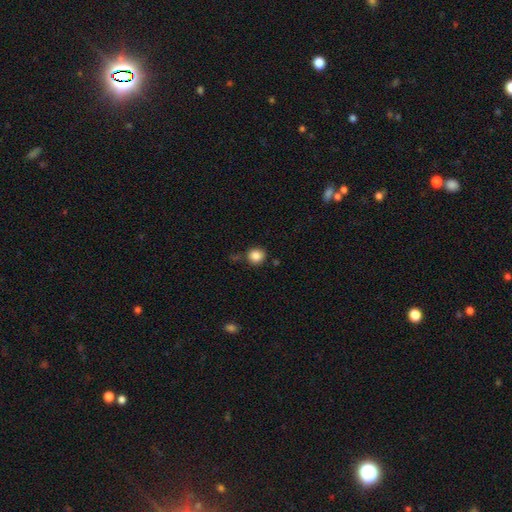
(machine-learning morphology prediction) This appears to be a smooth galaxy with no disk features (86%) that is round (88%). Merging: none (81%).